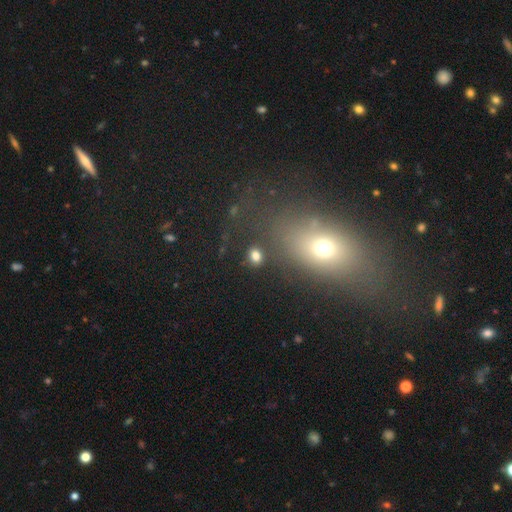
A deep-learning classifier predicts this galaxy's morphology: type=smooth (80%); roundness=round (55%); merging=none (82%).